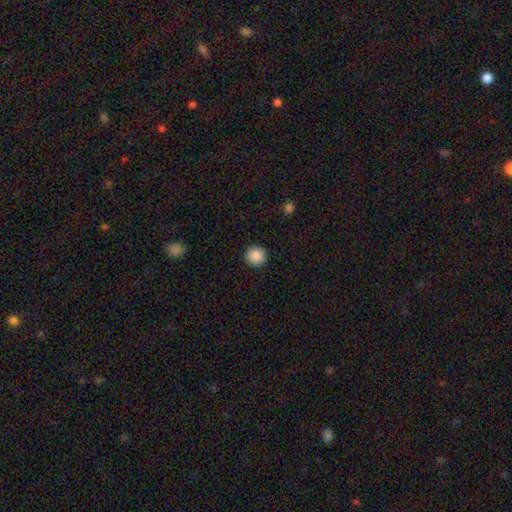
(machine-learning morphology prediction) type=smooth (89%); roundness=round (93%); merging=none (92%).